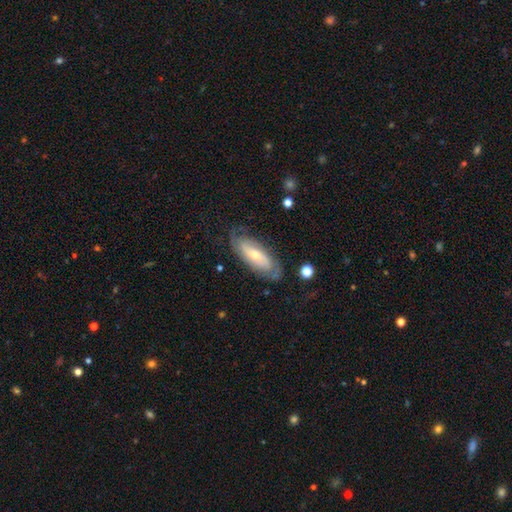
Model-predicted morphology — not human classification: type=featured or disk (68%); edge-on=no (85%); bar=no (54%); spiral arms=yes (84%); bulge=small (52%); merging=none (73%).